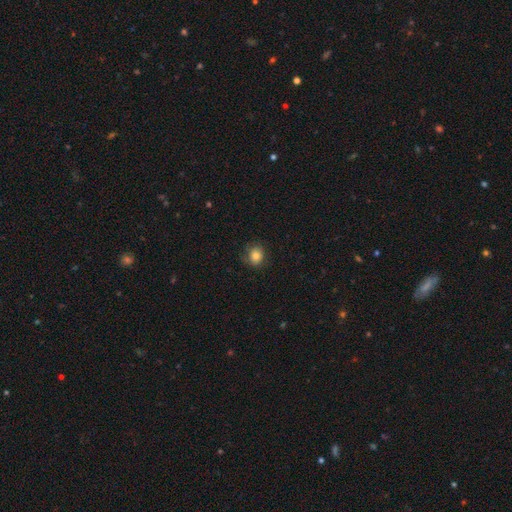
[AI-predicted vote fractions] Smooth or featured? smooth (80%)
How rounded? round (69%)
Merging? none (72%)